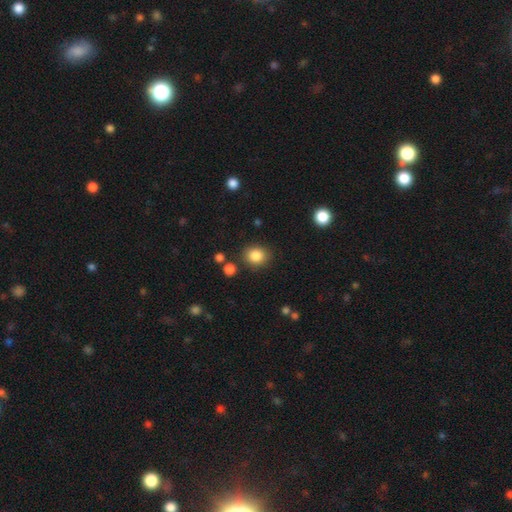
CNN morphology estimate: A smooth galaxy with no disk features (85%) that is round (75%). Merging: none (83%).